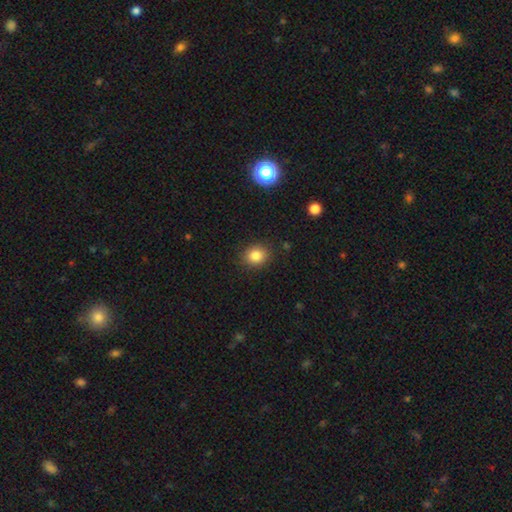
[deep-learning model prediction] The model was most divided on "how rounded": round: 68%, in between: 31%, cigar-shaped: 1%. More confident: merging — none (88%); smooth or featured — smooth (83%).